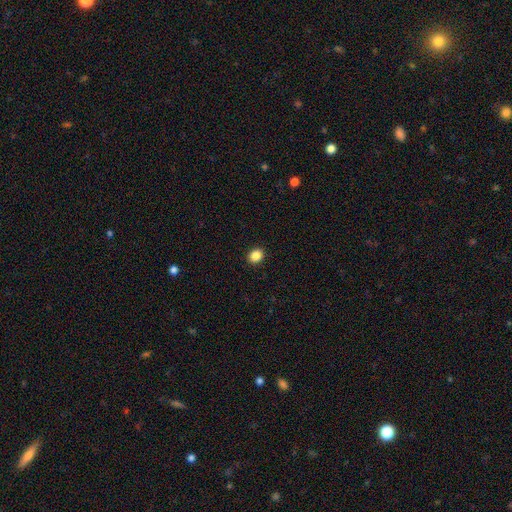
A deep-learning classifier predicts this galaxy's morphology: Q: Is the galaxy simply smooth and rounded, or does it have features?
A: smooth — 87%.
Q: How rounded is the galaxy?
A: round — 68%.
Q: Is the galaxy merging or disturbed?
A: none — 92%.